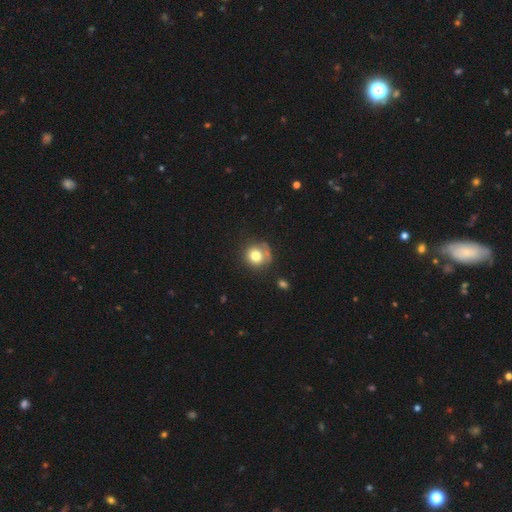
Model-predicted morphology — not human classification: This appears to be a smooth galaxy with no disk features (76%) that is round (87%). Merging: none (60%).